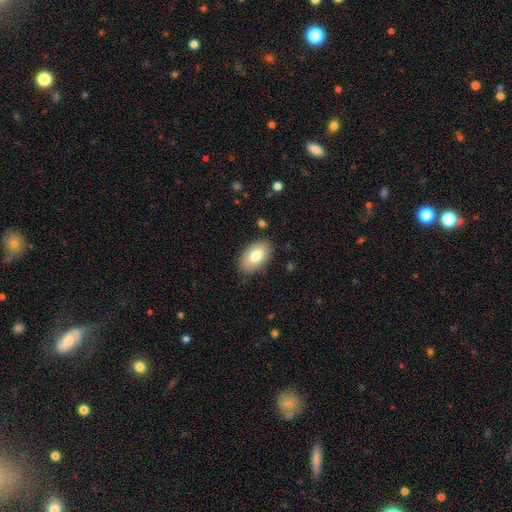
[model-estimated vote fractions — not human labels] Smooth or featured? Predicted: smooth (p=0.79). How rounded? Predicted: in between (p=0.93). Merging? Predicted: none (p=0.84).